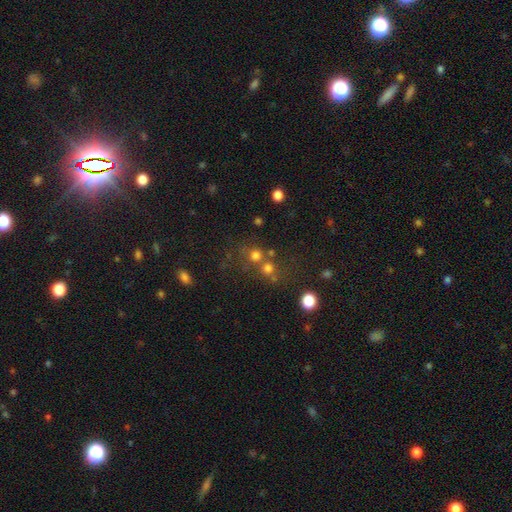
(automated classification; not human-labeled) The model was most divided on "merging": none: 59%, merger: 29%, minor disturbance: 8%, major disturbance: 5%. More confident: how rounded — round (89%); smooth or featured — smooth (69%).